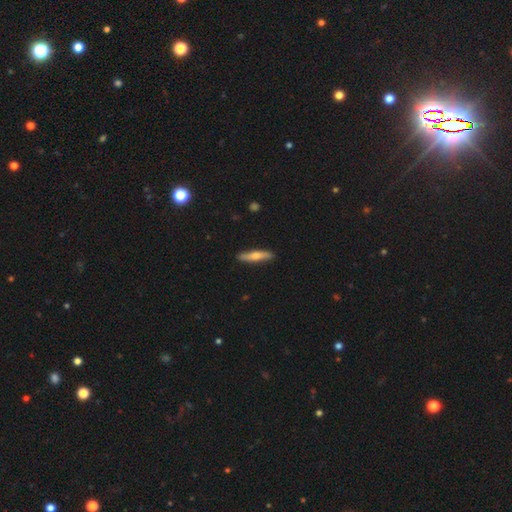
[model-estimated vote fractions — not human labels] Smooth or featured: smooth — 59% (featured or disk — 36%)
How rounded: cigar-shaped — 87% (in between — 11%)
Merging: none — 89% (minor disturbance — 8%)